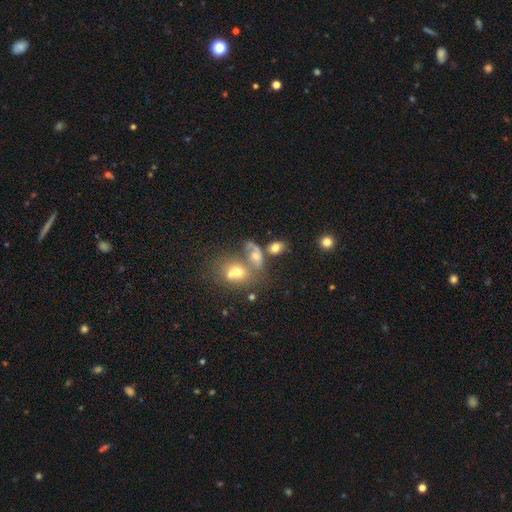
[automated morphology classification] This appears to be a smooth galaxy with no disk features (61%) that is in between round and cigar-shaped (67%). Merging: merger (48%).